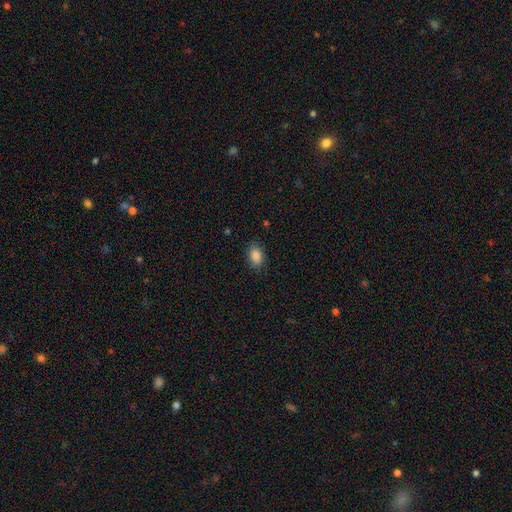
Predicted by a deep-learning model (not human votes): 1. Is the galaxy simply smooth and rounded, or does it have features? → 88% smooth, 8% star or artifact, 5% featured or disk.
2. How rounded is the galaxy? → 88% in between, 10% round, 2% cigar-shaped.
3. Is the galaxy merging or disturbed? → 84% none, 12% minor disturbance, 3% major disturbance, 1% merger.